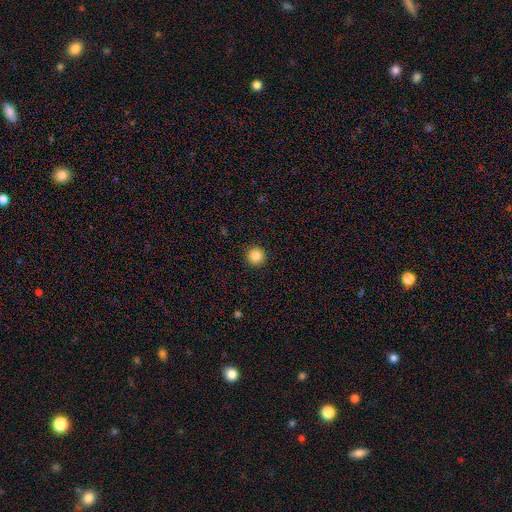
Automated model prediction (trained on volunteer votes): Overall: smooth (86%). How rounded: round (95%). Merging: none (93%).